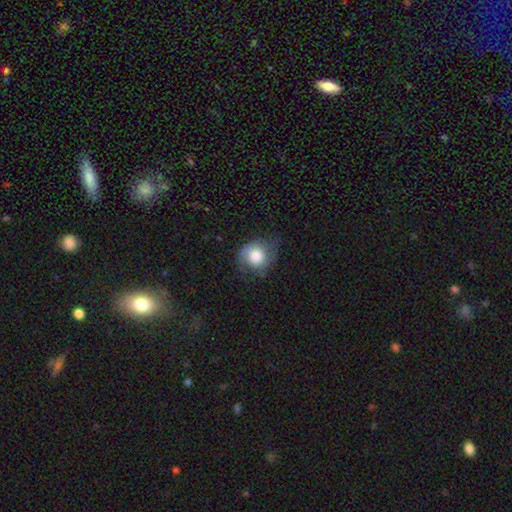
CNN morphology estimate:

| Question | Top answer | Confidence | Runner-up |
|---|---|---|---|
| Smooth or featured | smooth | 69% | featured or disk (23%) |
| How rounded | round | 79% | in between (20%) |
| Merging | none | 52% | minor disturbance (32%) |